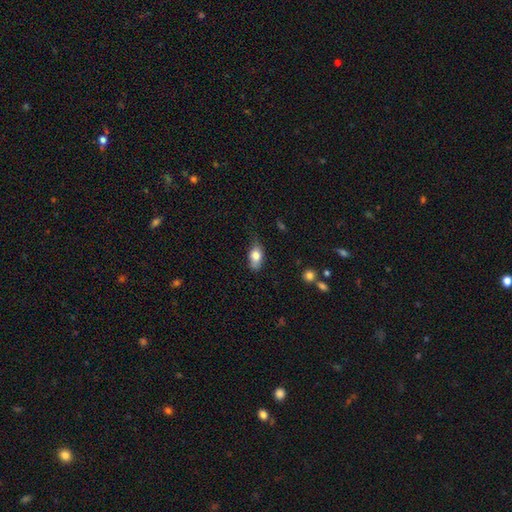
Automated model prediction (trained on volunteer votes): A smooth galaxy with no disk features (80%) that is in between round and cigar-shaped (86%). Merging: none (60%).